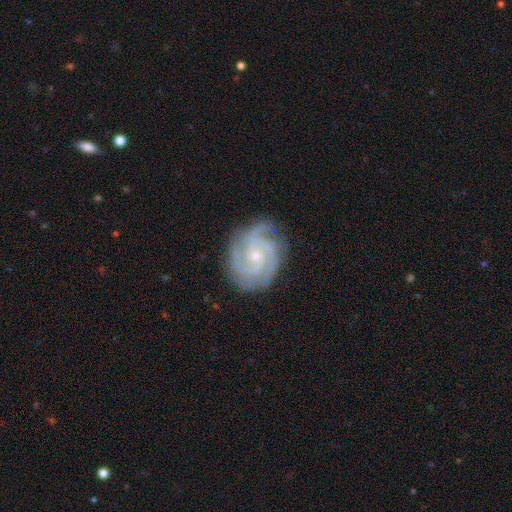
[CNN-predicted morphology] Q: Smooth or featured?
A: featured or disk (91%); runner-up: star or artifact (5%)
Q: Edge-on disk?
A: no (98%); runner-up: yes (2%)
Q: Bar?
A: no (70%); runner-up: weak (24%)
Q: Spiral arms?
A: yes (99%); runner-up: no (1%)
Q: Spiral winding?
A: tight (67%); runner-up: medium (30%)
Q: Spiral arm count?
A: 3 (48%); runner-up: 4 (23%)
Q: Bulge size?
A: small (76%); runner-up: moderate (21%)
Q: Merging?
A: none (81%); runner-up: minor disturbance (15%)